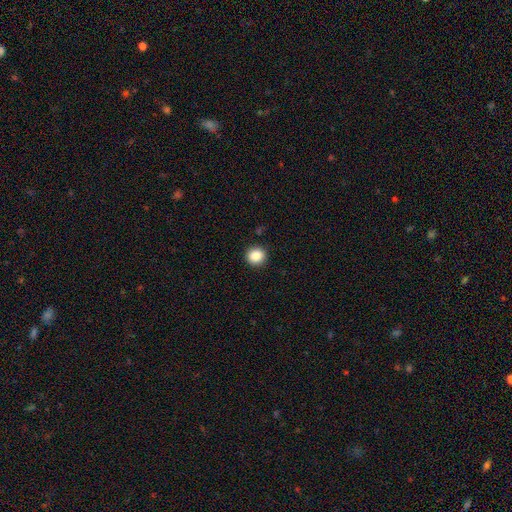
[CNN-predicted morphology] smooth 87%, star or artifact 10%, featured or disk 4%. Down the decision tree: how rounded — round (93%); merging — none (92%).